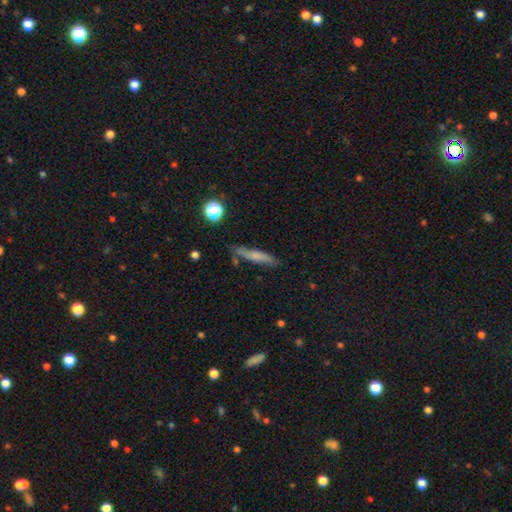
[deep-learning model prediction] The model was most divided on "smooth or featured": smooth: 61%, featured or disk: 30%, star or artifact: 9%. More confident: how rounded — cigar-shaped (87%); merging — none (78%).